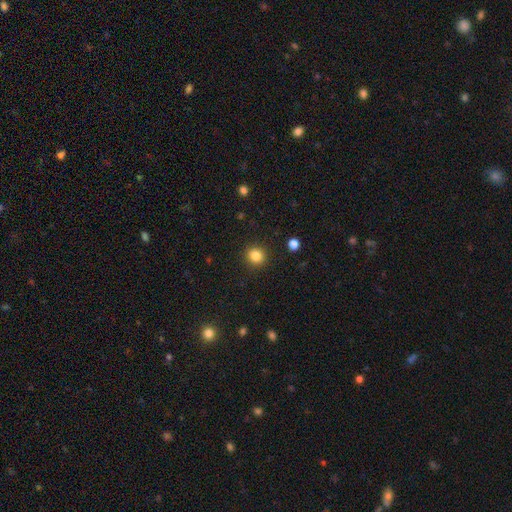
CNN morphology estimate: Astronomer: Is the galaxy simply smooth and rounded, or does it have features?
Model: smooth — 84%.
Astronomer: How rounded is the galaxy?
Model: round — 87%.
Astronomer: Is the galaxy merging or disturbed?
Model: none — 91%.